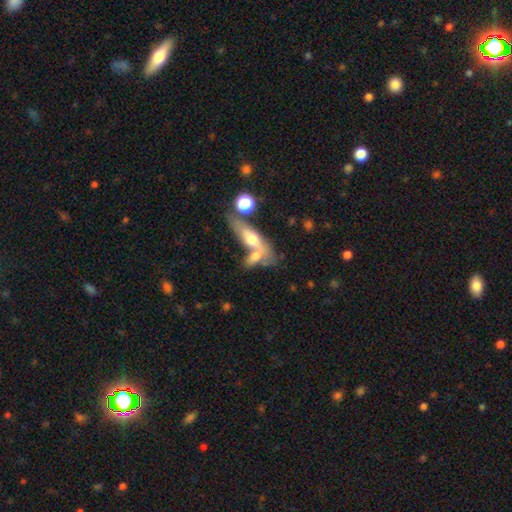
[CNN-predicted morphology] Smooth or featured? smooth (56%)
How rounded? in between (54%)
Merging? merger (45%)